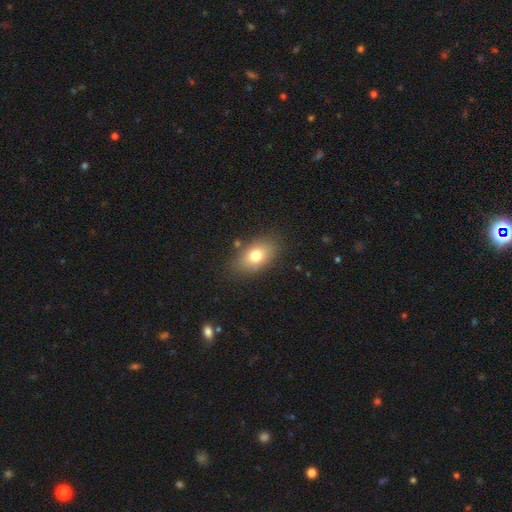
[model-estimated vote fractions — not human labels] Smooth or featured?
  - smooth: 75% *
  - featured or disk: 15%
  - star or artifact: 9%
How rounded?
  - in between: 85% *
  - round: 12%
  - cigar-shaped: 3%
Merging?
  - none: 81% *
  - minor disturbance: 13%
  - major disturbance: 4%
  - merger: 3%